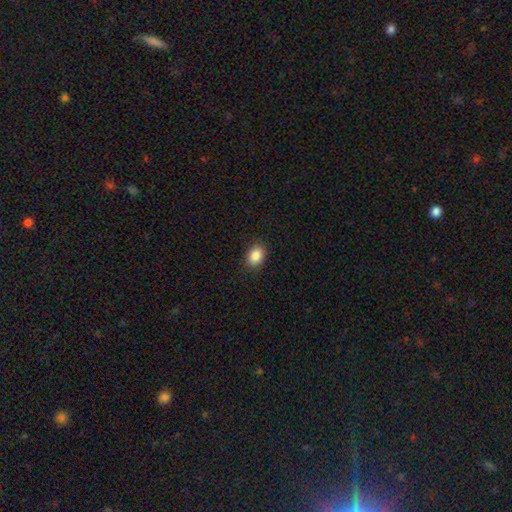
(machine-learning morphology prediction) smooth-or-featured: smooth: 87% | star or artifact: 9% | featured or disk: 4%
  how-rounded: in between: 74% | round: 25% | cigar-shaped: 1%
  merging: none: 88% | minor disturbance: 8% | major disturbance: 2% | merger: 1%